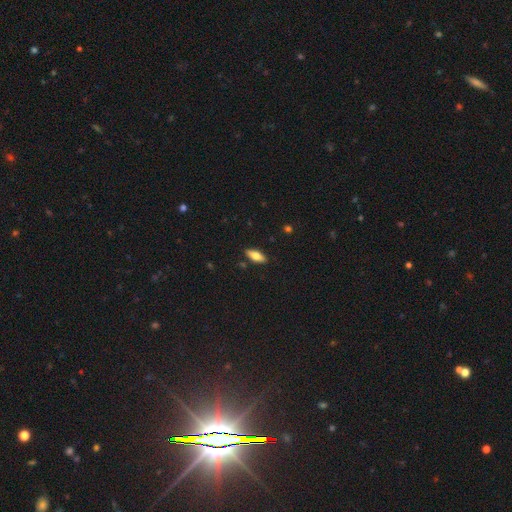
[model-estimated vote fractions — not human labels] This is likely a smooth galaxy (70%). How rounded: likely in between (75%). Merging: clearly none (87%).